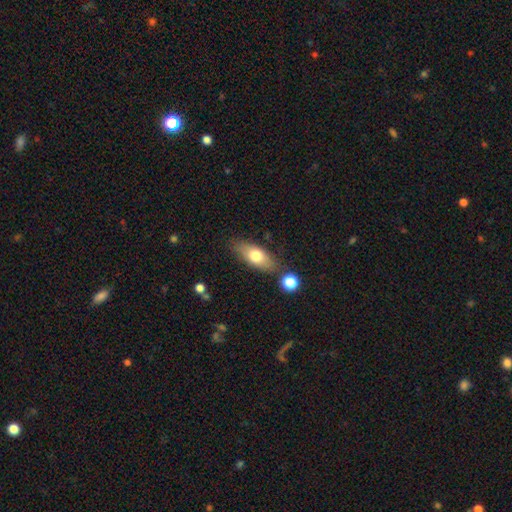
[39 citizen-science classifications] A smooth galaxy with no disk features (82%) that is in between round and cigar-shaped (81%).

Vote fractions:
- Smooth or featured? smooth: 82% / featured or disk: 18% / star or artifact: 0%
- How rounded? in between: 81% / cigar-shaped: 16% / round: 3%
- Merging? none: 72% / minor disturbance: 23% / major disturbance: 5% / merger: 0%